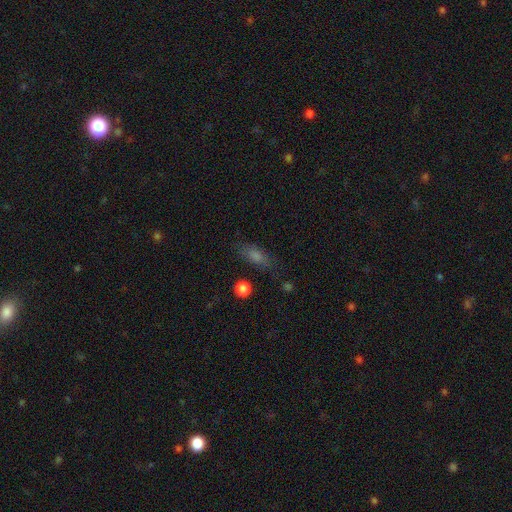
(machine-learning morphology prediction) A smooth galaxy with no disk features (60%) that is in between round and cigar-shaped (59%). Merging: none (79%).